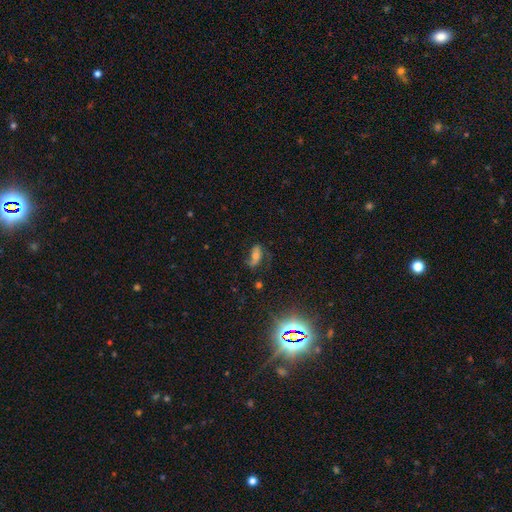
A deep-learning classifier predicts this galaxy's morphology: Q: Smooth or featured?
A: featured or disk (57%); runner-up: smooth (28%)
Q: Edge-on disk?
A: no (89%); runner-up: yes (11%)
Q: Bar?
A: no (49%); runner-up: weak (27%)
Q: Spiral arms?
A: yes (83%); runner-up: no (17%)
Q: Bulge size?
A: moderate (54%); runner-up: small (33%)
Q: Merging?
A: none (59%); runner-up: minor disturbance (22%)